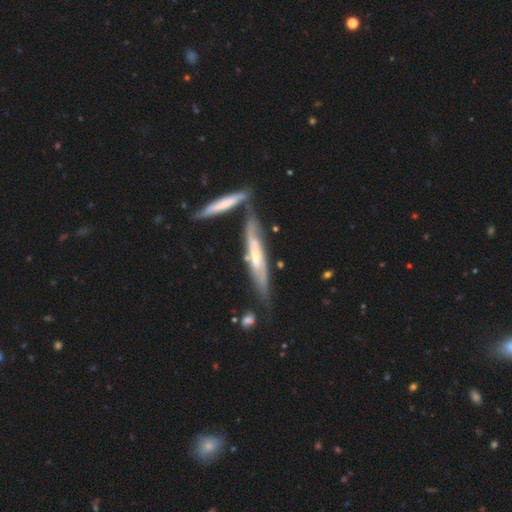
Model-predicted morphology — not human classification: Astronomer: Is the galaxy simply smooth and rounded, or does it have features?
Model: featured or disk — 68%.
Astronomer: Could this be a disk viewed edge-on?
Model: yes — 67%.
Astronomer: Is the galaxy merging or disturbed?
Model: none — 53%.